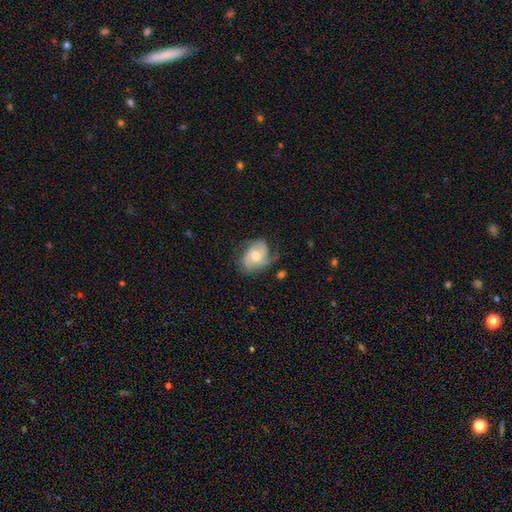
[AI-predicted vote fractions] This appears to be a featured or disk galaxy (70%) with no bar (68%), 2 (38%) medium (43%) spiral arms (90%) and a moderate central bulge (69%). Merging: none (56%).